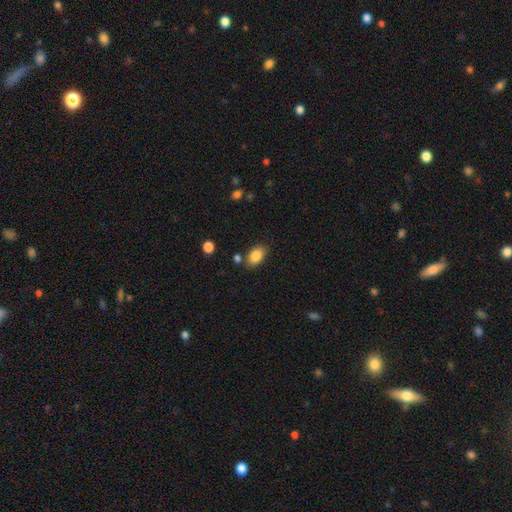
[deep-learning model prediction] Overall: smooth (86%). How rounded: in between (88%). Merging: none (79%).